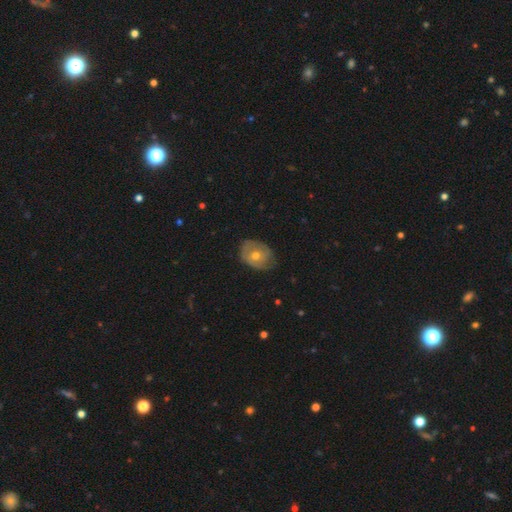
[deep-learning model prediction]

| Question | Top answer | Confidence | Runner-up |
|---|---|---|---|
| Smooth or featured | featured or disk | 53% | smooth (40%) |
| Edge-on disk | no | 94% | yes (6%) |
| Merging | none | 69% | minor disturbance (24%) |